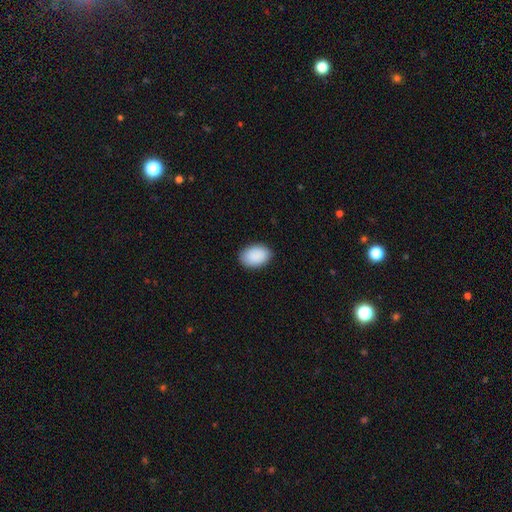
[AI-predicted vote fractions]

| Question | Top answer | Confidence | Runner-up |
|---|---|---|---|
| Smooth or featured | smooth | 91% | star or artifact (6%) |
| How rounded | in between | 86% | round (13%) |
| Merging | none | 88% | minor disturbance (9%) |